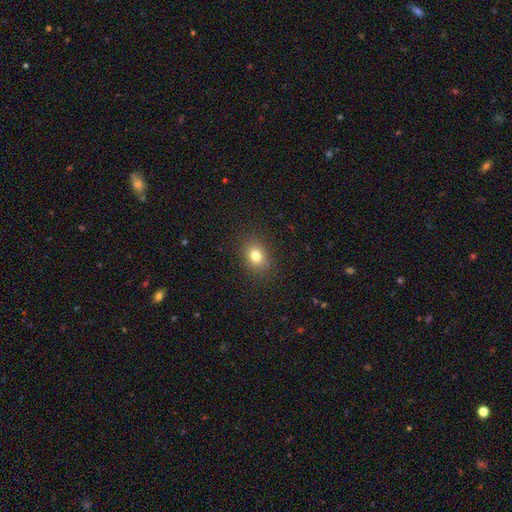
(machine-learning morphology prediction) Overall: smooth (79%). How rounded: in between (50%; round 49%). Merging: none (86%).